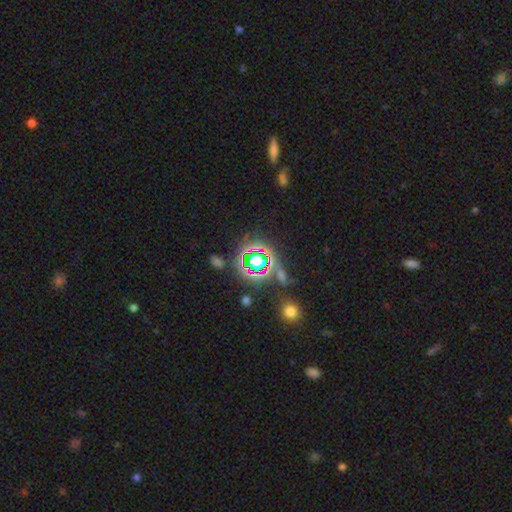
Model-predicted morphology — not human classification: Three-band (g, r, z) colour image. It shows a star or artifact, not a galaxy (73%).